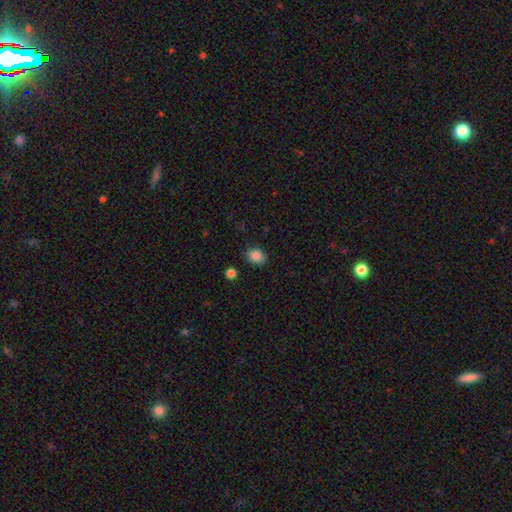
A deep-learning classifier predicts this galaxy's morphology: Smooth or featured?
  - smooth: 86% *
  - star or artifact: 10%
  - featured or disk: 4%
How rounded?
  - round: 52% *
  - in between: 48%
  - cigar-shaped: 1%
Merging?
  - none: 82% *
  - minor disturbance: 13%
  - major disturbance: 3%
  - merger: 2%